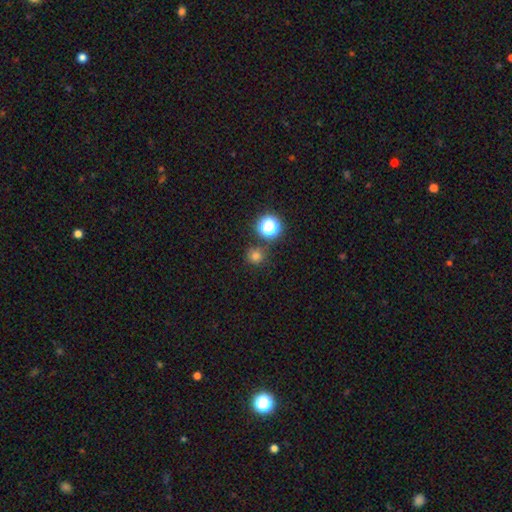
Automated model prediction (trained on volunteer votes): Smooth or featured? Predicted: smooth (p=0.73). How rounded? Predicted: round (p=0.93). Merging? Predicted: none (p=0.80).